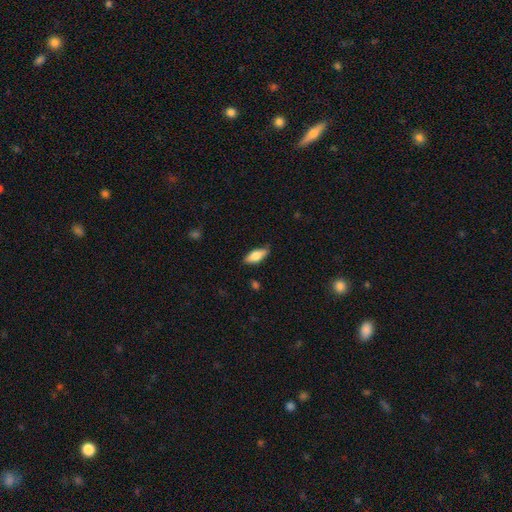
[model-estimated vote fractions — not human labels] This is likely a smooth galaxy (71%). How rounded: likely in between (76%). Merging: clearly none (81%).